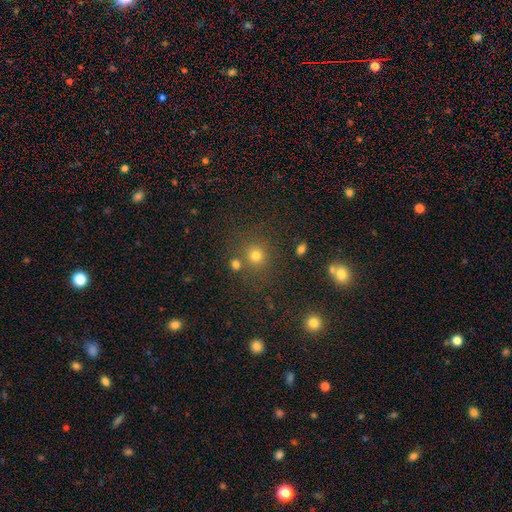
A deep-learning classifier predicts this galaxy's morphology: This appears to be a smooth galaxy with no disk features (71%) that is round (91%). Merging: none (79%).